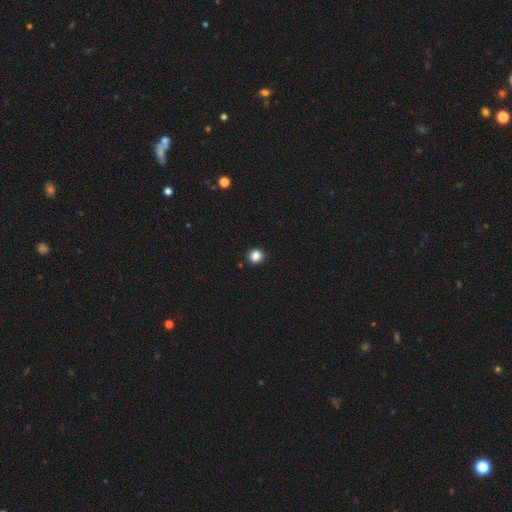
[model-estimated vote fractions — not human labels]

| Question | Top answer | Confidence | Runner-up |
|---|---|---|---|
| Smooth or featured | smooth | 86% | star or artifact (11%) |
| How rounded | round | 81% | in between (19%) |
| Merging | none | 90% | minor disturbance (7%) |